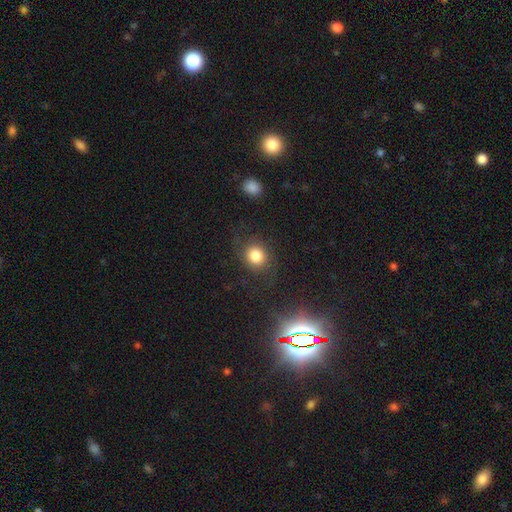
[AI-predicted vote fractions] The model was most divided on "how rounded": round: 77%, in between: 22%, cigar-shaped: 1%. More confident: smooth or featured — smooth (79%); merging — none (76%).